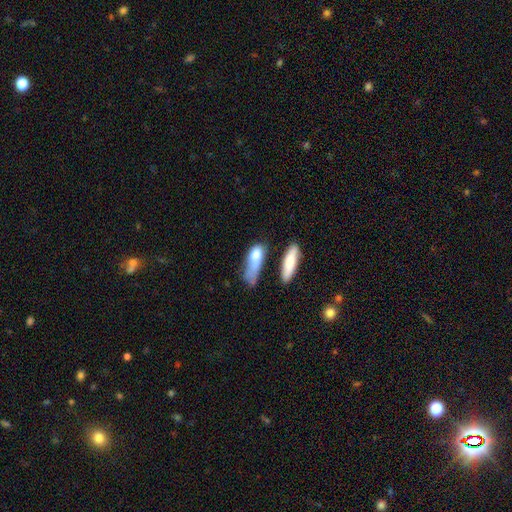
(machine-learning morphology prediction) Smooth or featured?
  - smooth: 73% *
  - featured or disk: 20%
  - star or artifact: 7%
How rounded?
  - in between: 58% *
  - cigar-shaped: 37%
  - round: 5%
Merging?
  - major disturbance: 31% *
  - minor disturbance: 28%
  - none: 25%
  - merger: 16%